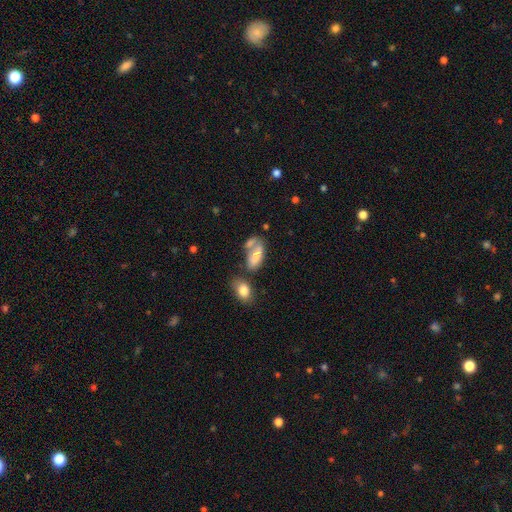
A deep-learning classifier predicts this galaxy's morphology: Q: Smooth or featured?
A: smooth (66%); runner-up: featured or disk (24%)
Q: How rounded?
A: in between (87%); runner-up: cigar-shaped (9%)
Q: Merging?
A: merger (36%); runner-up: none (29%)